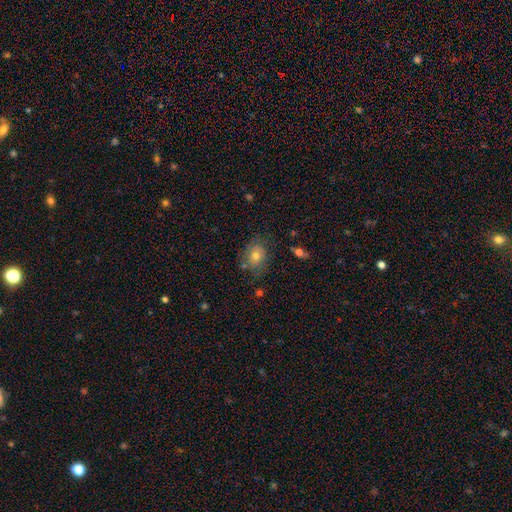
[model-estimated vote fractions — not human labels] Smooth or featured? Predicted: smooth (p=0.70). How rounded? Predicted: round (p=0.51). Merging? Predicted: none (p=0.70).